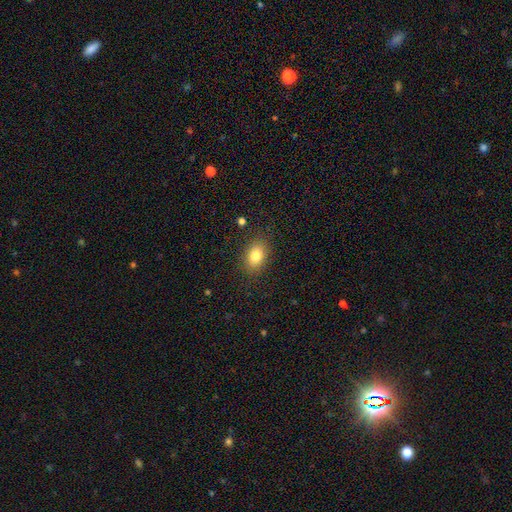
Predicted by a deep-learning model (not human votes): A smooth galaxy with no disk features (82%) that is in between round and cigar-shaped (79%).

Vote fractions:
- Smooth or featured? smooth: 82% / star or artifact: 10% / featured or disk: 9%
- How rounded? in between: 79% / round: 20% / cigar-shaped: 2%
- Merging? none: 86% / minor disturbance: 10% / major disturbance: 3% / merger: 1%